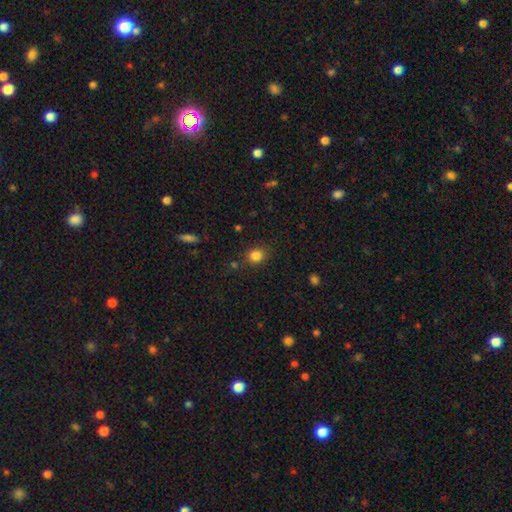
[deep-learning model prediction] smooth_or_featured: smooth (p=0.83) [alt: star or artifact p=0.12]
how_rounded: round (p=0.69) [alt: in between p=0.30]
merging: none (p=0.82) [alt: minor disturbance p=0.11]